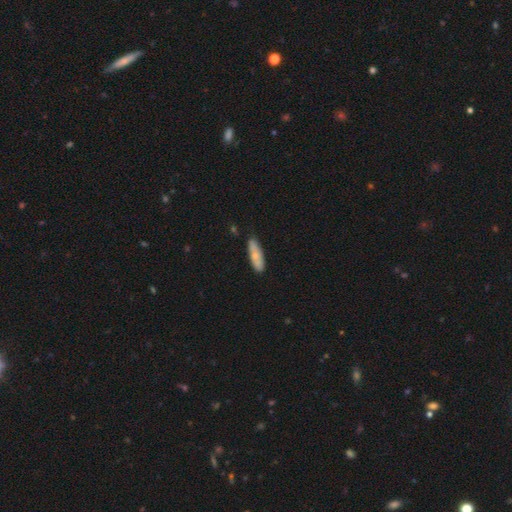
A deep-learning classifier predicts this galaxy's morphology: Smooth or featured: smooth — 68% (featured or disk — 26%)
How rounded: in between — 52% (cigar-shaped — 45%)
Merging: none — 79% (minor disturbance — 16%)